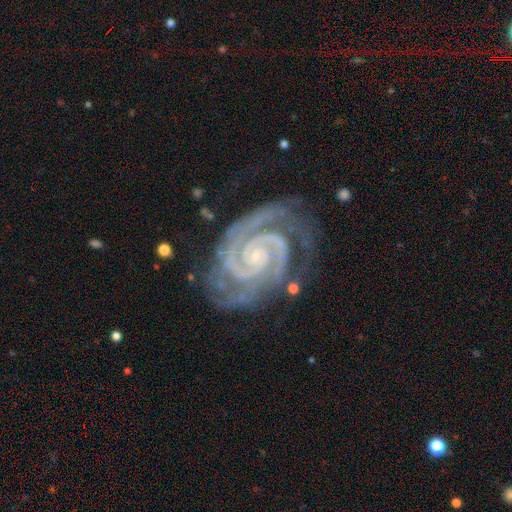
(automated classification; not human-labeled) featured or disk 94%, star or artifact 4%, smooth 2%. Down the decision tree: edge-on disk — no (98%); bar — no (62%); spiral arms — yes (99%); spiral arm count — 2 (83%); spiral winding — tight (78%); bulge size — small (80%); merging — none (73%).